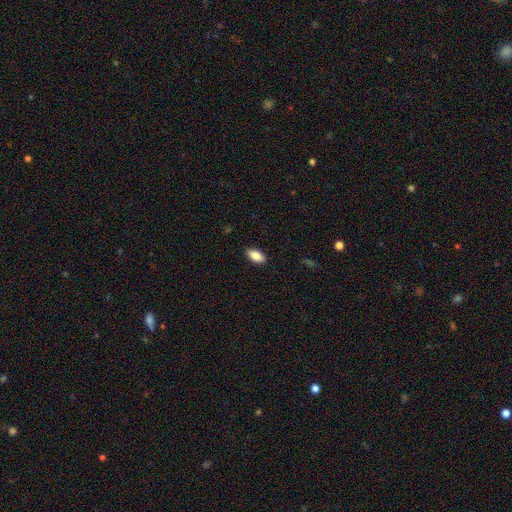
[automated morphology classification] smooth 85%, featured or disk 8%, star or artifact 7%. Down the decision tree: how rounded — in between (89%); merging — none (89%).